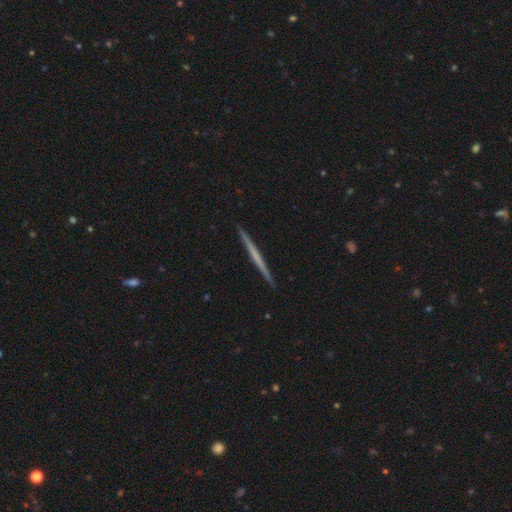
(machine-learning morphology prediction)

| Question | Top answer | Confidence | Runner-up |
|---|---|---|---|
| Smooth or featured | featured or disk | 57% | smooth (38%) |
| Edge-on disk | yes | 98% | no (2%) |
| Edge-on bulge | none | 89% | rounded (7%) |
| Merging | none | 93% | minor disturbance (5%) |